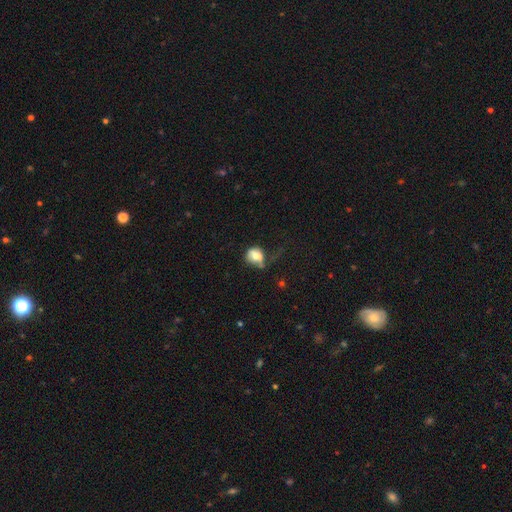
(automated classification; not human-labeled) A smooth galaxy with no disk features (69%) that is round (59%).

Vote fractions:
- Smooth or featured? smooth: 69% / featured or disk: 21% / star or artifact: 10%
- How rounded? round: 59% / in between: 40% / cigar-shaped: 1%
- Merging? major disturbance: 35% / none: 28% / minor disturbance: 26% / merger: 12%